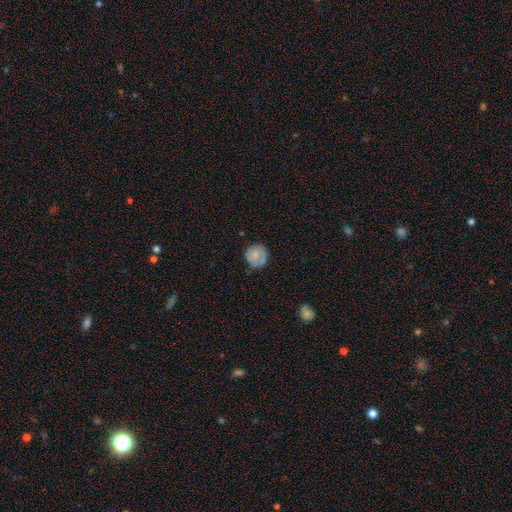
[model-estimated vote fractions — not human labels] Morphology: type=smooth (64%); roundness=round (87%); merging=none (68%).